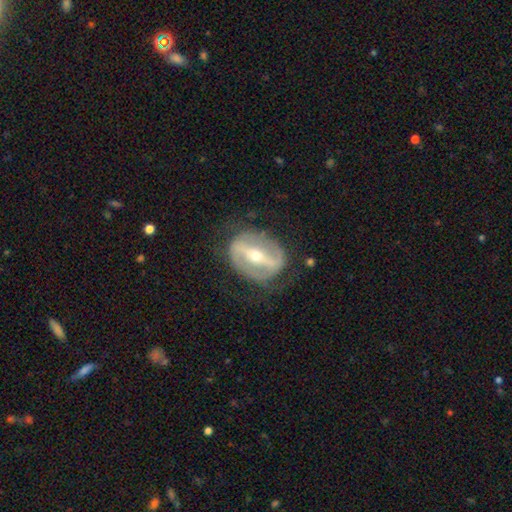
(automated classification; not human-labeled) This appears to be a featured or disk galaxy (83%) with a strong bar (77%), spiral arms (61%) and a small central bulge (50%). Merging: none (73%).